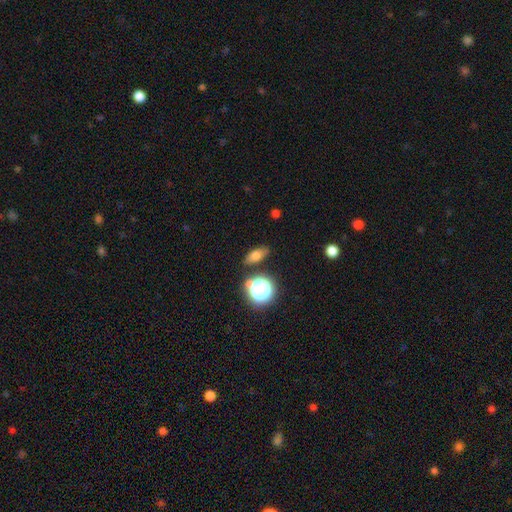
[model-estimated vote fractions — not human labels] A smooth galaxy with no disk features (67%) that is in between round and cigar-shaped (68%). Merging: none (80%).